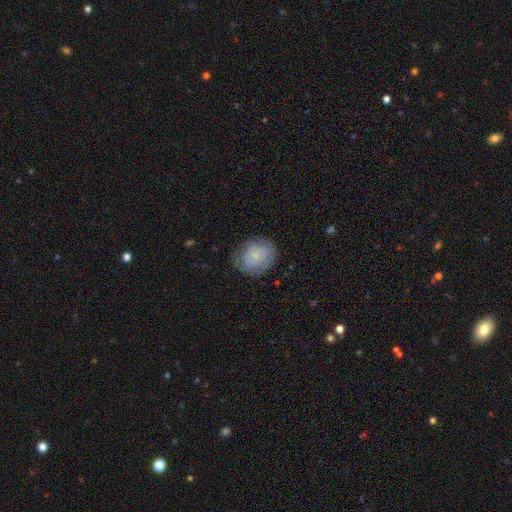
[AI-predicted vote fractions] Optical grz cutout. It shows a smooth galaxy with no disk features (62%) that is round (60%). Merging: none (68%).